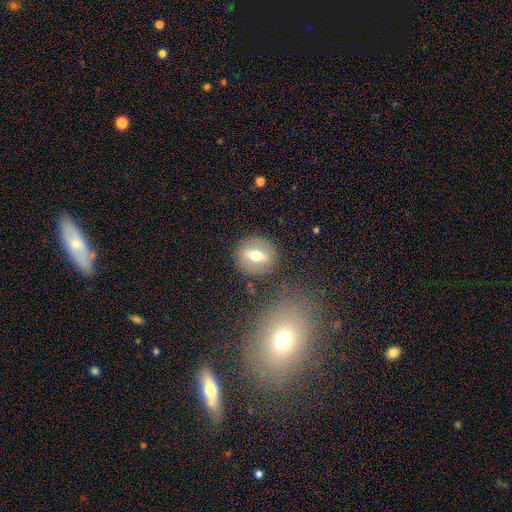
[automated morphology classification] This is possibly a featured or disk galaxy (56%). It is likely not viewed edge-on (61%). Merging: clearly none (85%).